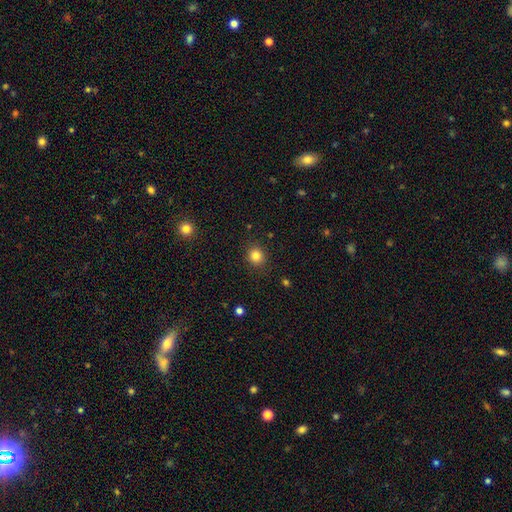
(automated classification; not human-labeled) The model was most divided on "how rounded": round: 85%, in between: 15%, cigar-shaped: 1%. More confident: merging — none (89%); smooth or featured — smooth (83%).